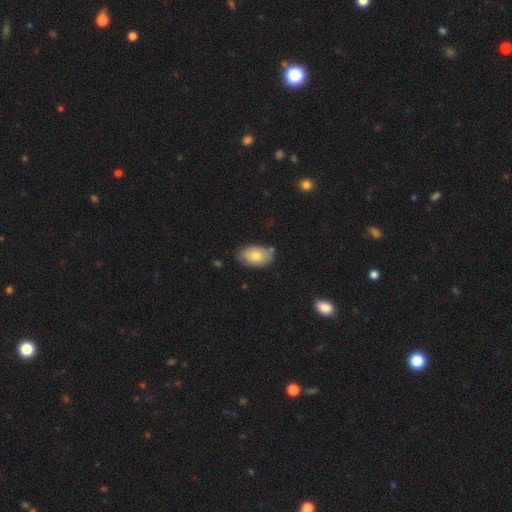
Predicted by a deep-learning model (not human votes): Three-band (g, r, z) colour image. It shows a smooth galaxy with no disk features (74%) that is in between round and cigar-shaped (92%). Merging: none (75%).